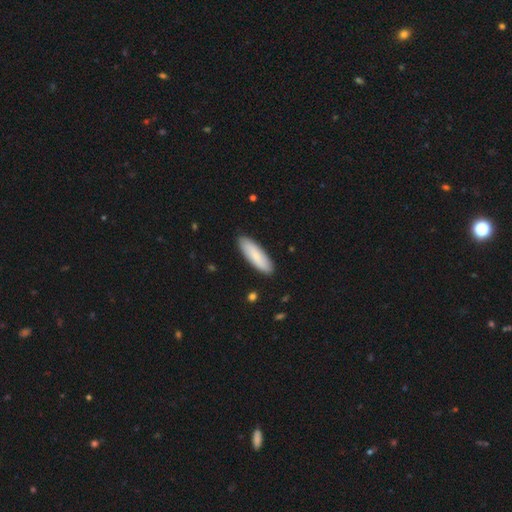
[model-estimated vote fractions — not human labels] Smooth or featured? Predicted: smooth (p=0.82). How rounded? Predicted: cigar-shaped (p=0.54). Merging? Predicted: none (p=0.90).